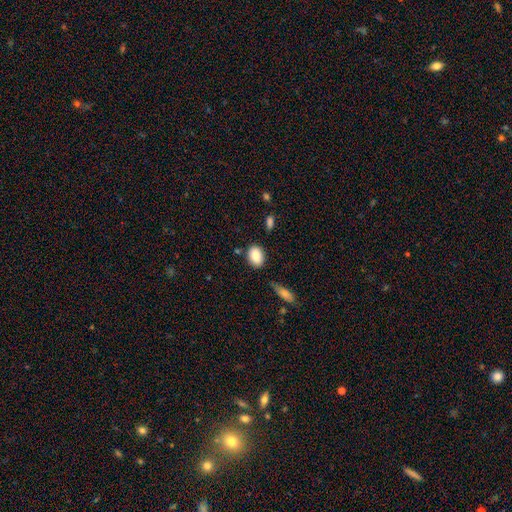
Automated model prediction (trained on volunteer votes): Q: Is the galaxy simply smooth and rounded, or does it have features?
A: smooth — 86%.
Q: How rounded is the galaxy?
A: in between — 72%.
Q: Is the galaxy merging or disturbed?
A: none — 79%.